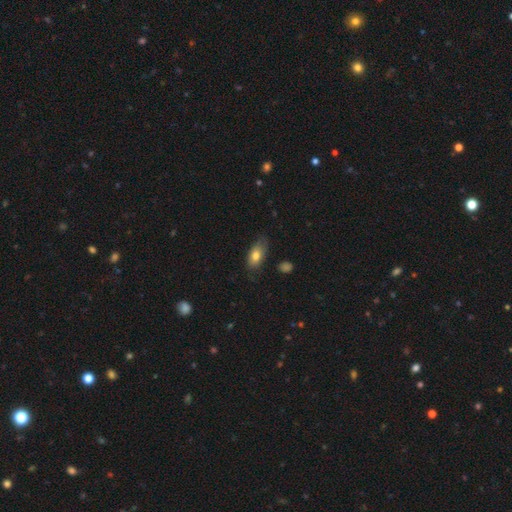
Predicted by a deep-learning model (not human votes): Overall: smooth (78%). How rounded: in between (87%). Merging: none (71%).